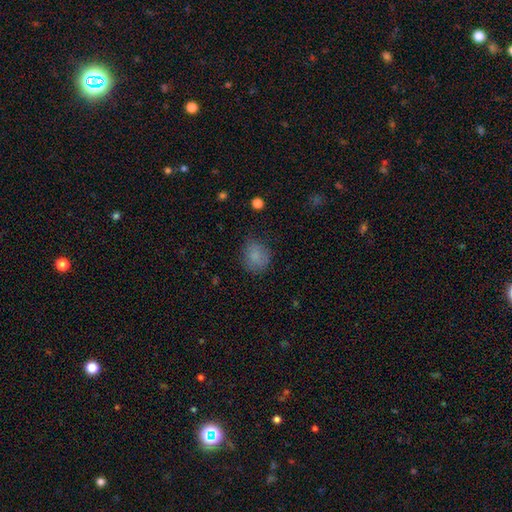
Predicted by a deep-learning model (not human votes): Smooth or featured: smooth — 81% (star or artifact — 11%)
How rounded: round — 64% (in between — 35%)
Merging: none — 72% (minor disturbance — 20%)